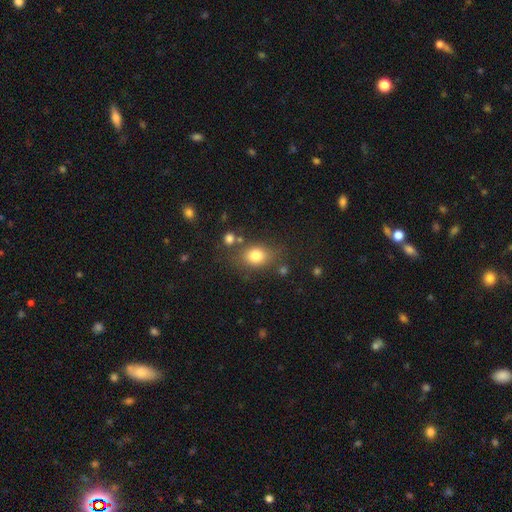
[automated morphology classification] Q: Smooth or featured?
A: smooth (79%); runner-up: star or artifact (11%)
Q: How rounded?
A: in between (54%); runner-up: round (45%)
Q: Merging?
A: none (70%); runner-up: minor disturbance (16%)